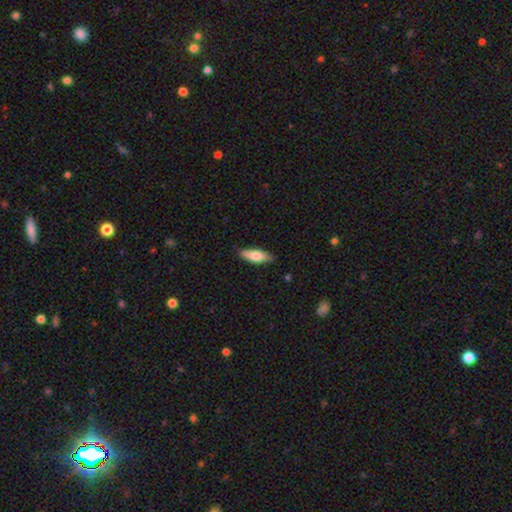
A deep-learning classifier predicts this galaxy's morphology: A smooth galaxy with no disk features (71%) that is in between round and cigar-shaped (62%). Merging: none (85%).